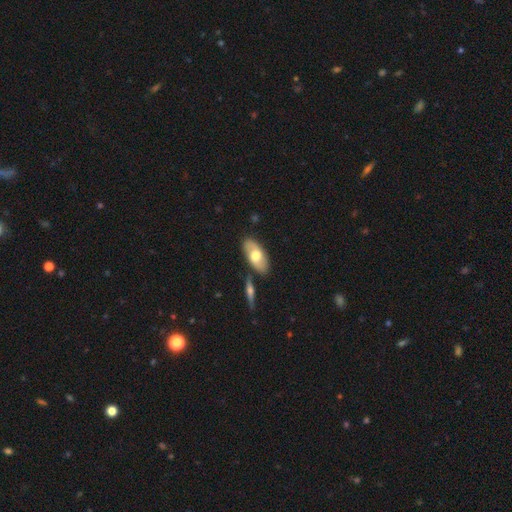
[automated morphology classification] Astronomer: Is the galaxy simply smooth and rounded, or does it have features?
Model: smooth — 52% (runner-up: featured or disk, 43%).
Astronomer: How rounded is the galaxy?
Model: in between — 90%.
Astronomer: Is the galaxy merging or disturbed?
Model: none — 79%.